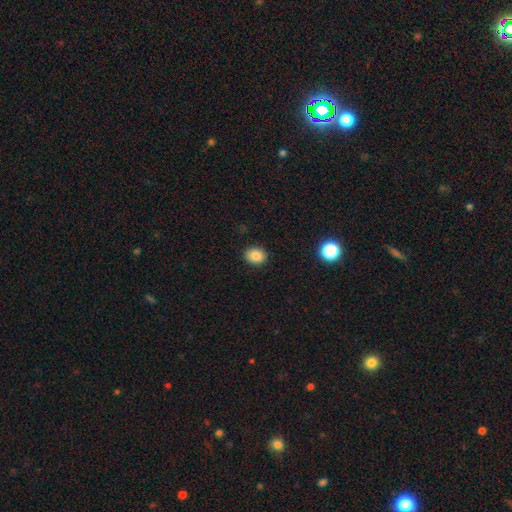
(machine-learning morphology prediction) This is clearly a smooth galaxy (85%). How rounded: possibly round (58%). Merging: clearly none (89%).